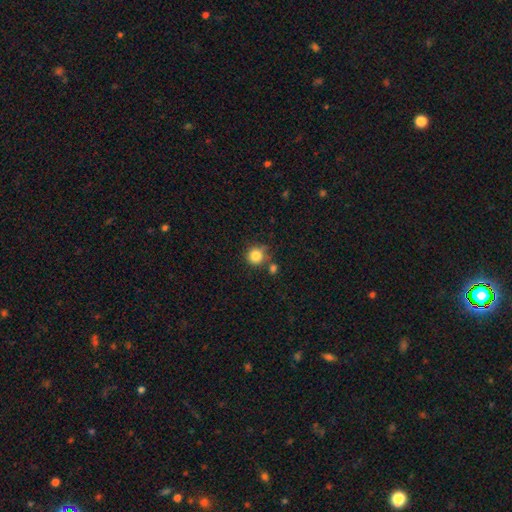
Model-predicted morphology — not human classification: smooth_or_featured: smooth (p=0.84) [alt: star or artifact p=0.10]
how_rounded: round (p=0.93) [alt: in between p=0.07]
merging: none (p=0.72) [alt: merger p=0.12]